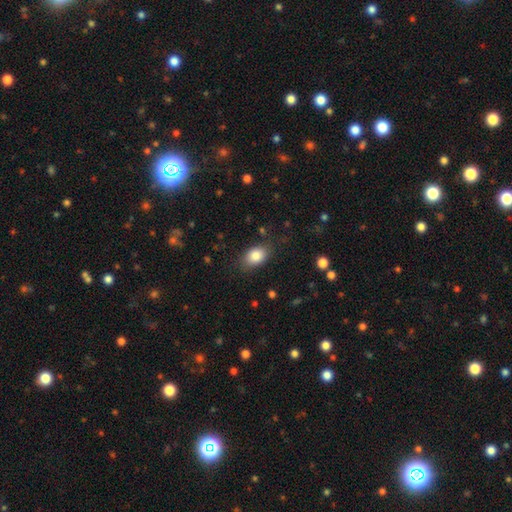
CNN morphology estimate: A smooth galaxy with no disk features (85%) that is in between round and cigar-shaped (81%). Merging: none (79%).